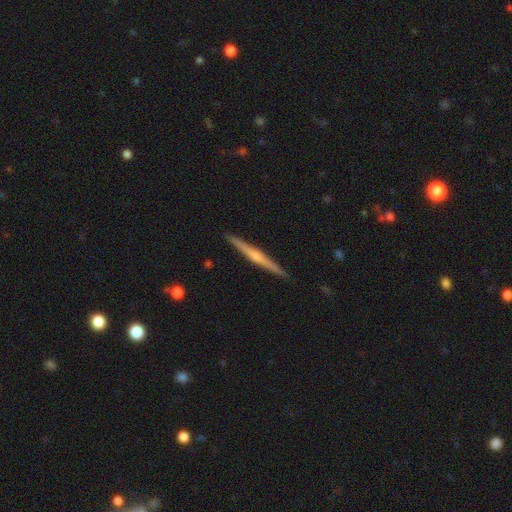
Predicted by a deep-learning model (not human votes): Smooth or featured? featured or disk (75%)
Edge-on disk? yes (98%)
Edge-on bulge? rounded (74%)
Merging? none (91%)